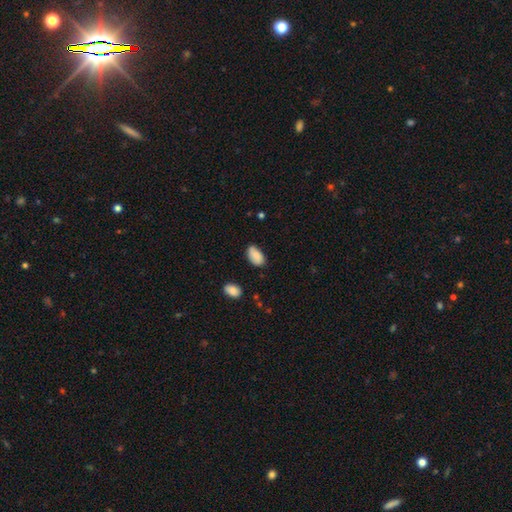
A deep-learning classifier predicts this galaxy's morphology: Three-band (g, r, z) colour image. It shows a smooth galaxy with no disk features (83%) that is in between round and cigar-shaped (93%). Merging: none (72%).